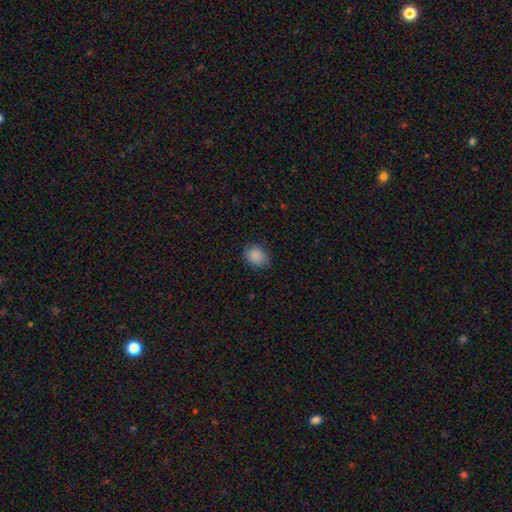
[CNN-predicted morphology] Smooth or featured? smooth (88%)
How rounded? in between (54%)
Merging? none (78%)